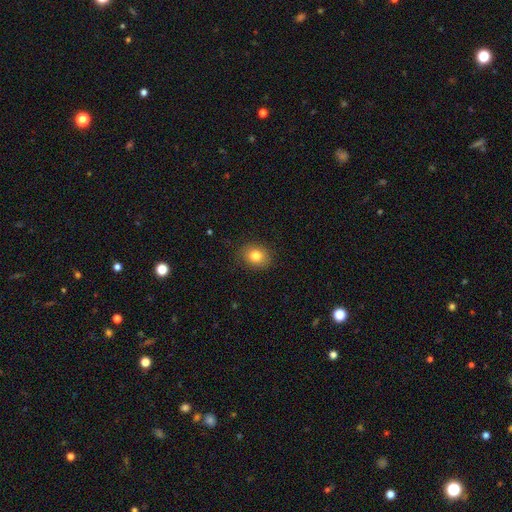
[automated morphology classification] Q: Smooth or featured?
A: smooth (81%); runner-up: star or artifact (11%)
Q: How rounded?
A: round (59%); runner-up: in between (40%)
Q: Merging?
A: none (87%); runner-up: minor disturbance (9%)